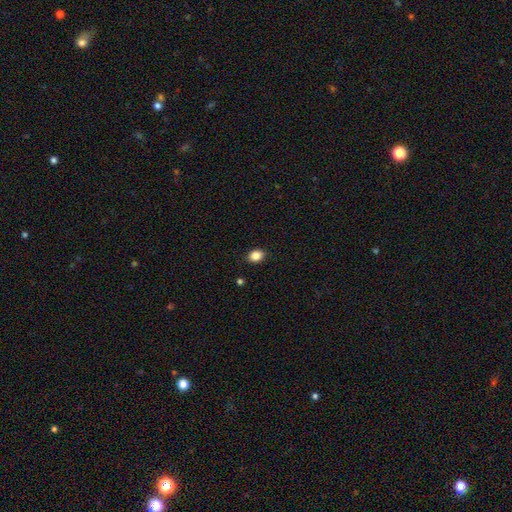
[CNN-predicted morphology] The model was most divided on "how rounded": in between: 66%, round: 33%, cigar-shaped: 1%. More confident: merging — none (89%); smooth or featured — smooth (86%).